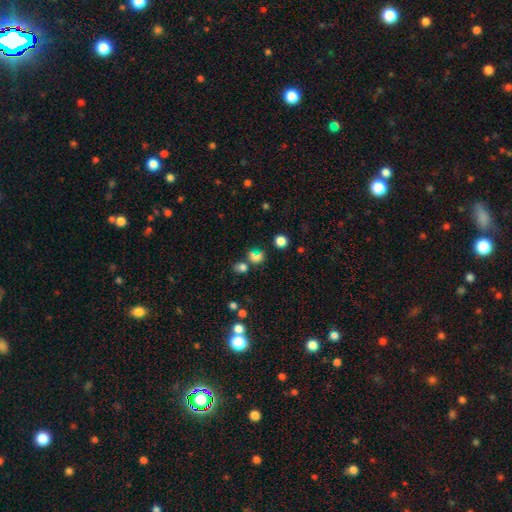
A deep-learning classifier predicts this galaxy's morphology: smooth 63%, star or artifact 25%, featured or disk 11%. Down the decision tree: how rounded — round (59%); merging — none (50%).